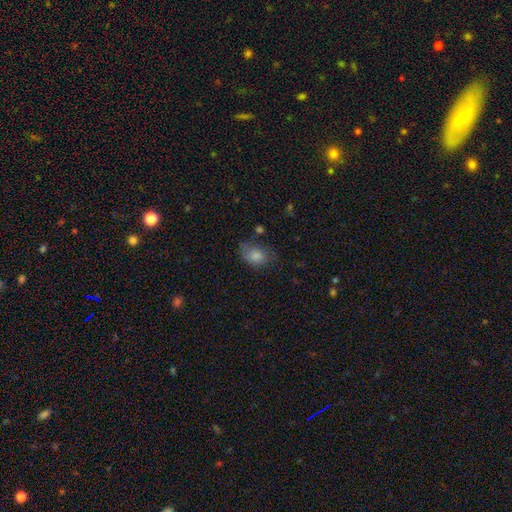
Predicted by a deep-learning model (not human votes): smooth_or_featured: smooth (p=0.76) [alt: featured or disk p=0.15]
how_rounded: in between (p=0.76) [alt: round p=0.23]
merging: none (p=0.54) [alt: minor disturbance p=0.30]